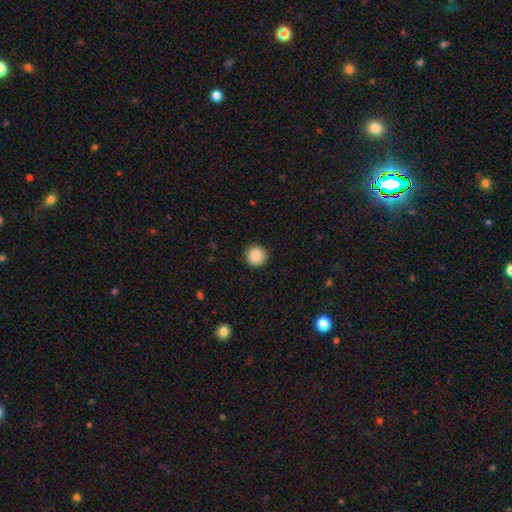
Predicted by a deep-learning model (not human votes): Smooth or featured? smooth (89%)
How rounded? round (95%)
Merging? none (91%)